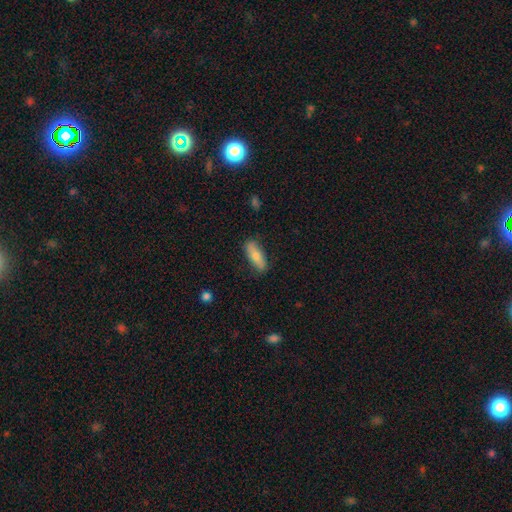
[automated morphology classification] Smooth or featured? smooth (75%)
How rounded? in between (58%)
Merging? none (83%)